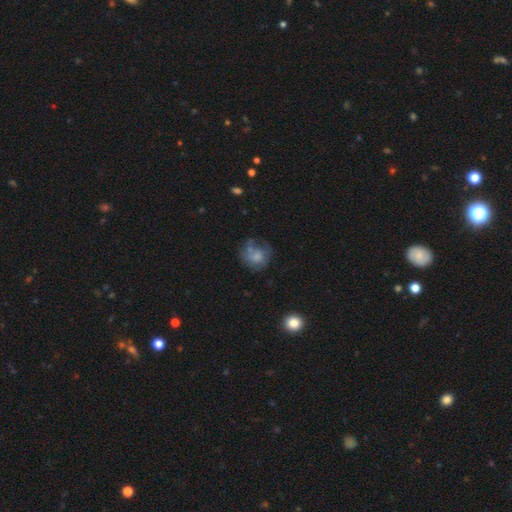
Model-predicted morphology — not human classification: smooth-or-featured: smooth: 55% | featured or disk: 34% | star or artifact: 11%
  how-rounded: round: 72% | in between: 27% | cigar-shaped: 1%
  merging: none: 43% | major disturbance: 26% | minor disturbance: 24% | merger: 7%